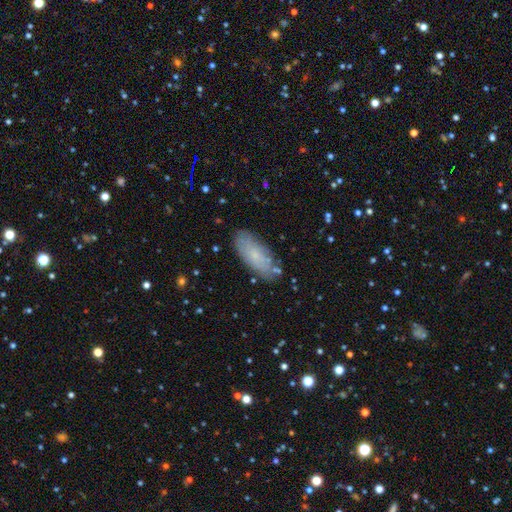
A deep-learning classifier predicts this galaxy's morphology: smooth 68%, featured or disk 24%, star or artifact 9%. Down the decision tree: how rounded — in between (82%); merging — none (79%).